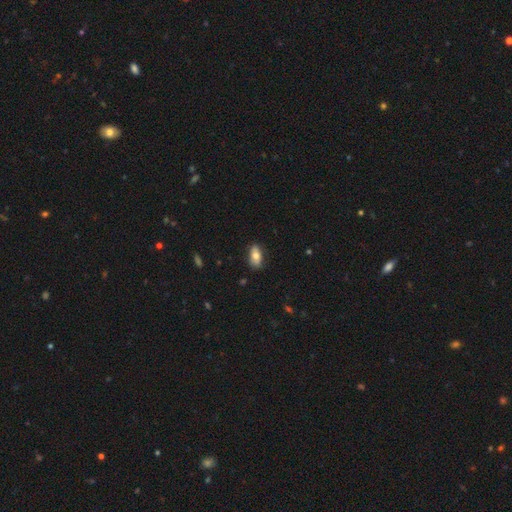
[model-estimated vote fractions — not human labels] smooth-or-featured: smooth: 73% | featured or disk: 20% | star or artifact: 7%
  how-rounded: in between: 88% | cigar-shaped: 8% | round: 4%
  merging: none: 81% | minor disturbance: 15% | major disturbance: 3% | merger: 1%